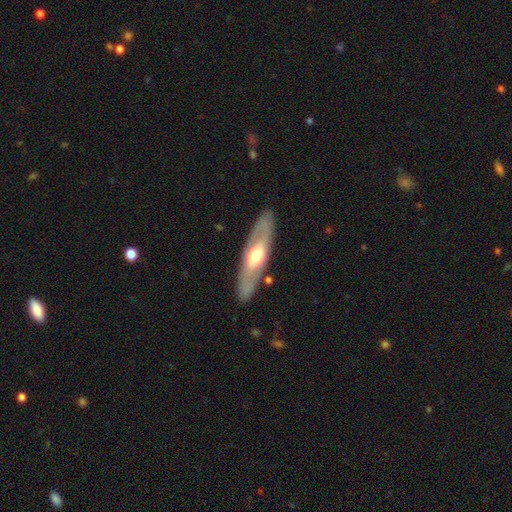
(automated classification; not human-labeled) Smooth or featured: featured or disk — 59% (smooth — 37%)
Edge-on disk: no — 61% (yes — 39%)
Merging: none — 85% (minor disturbance — 10%)